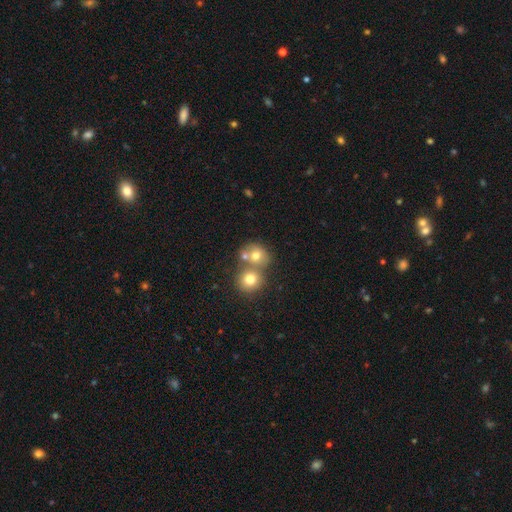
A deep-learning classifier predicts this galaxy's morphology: Smooth or featured? Predicted: smooth (p=0.71). How rounded? Predicted: round (p=0.76). Merging? Predicted: merger (p=0.49).